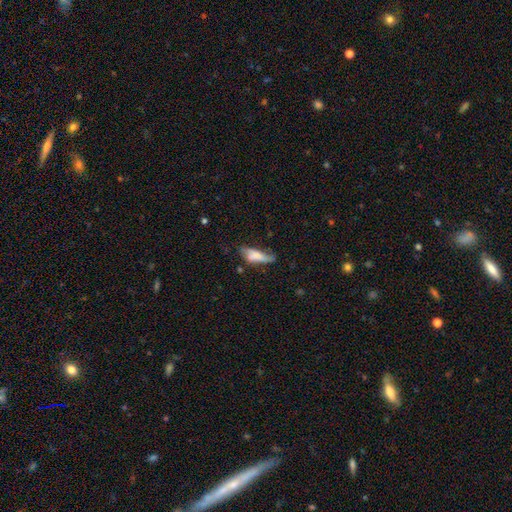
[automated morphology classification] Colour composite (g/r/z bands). It shows a smooth galaxy with no disk features (67%) that is in between round and cigar-shaped (54%). Merging: none (39%).